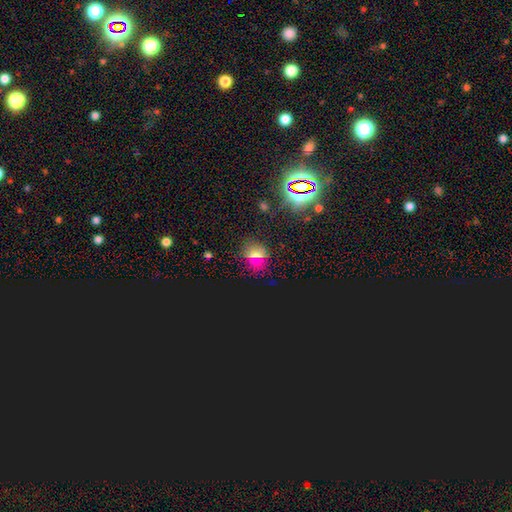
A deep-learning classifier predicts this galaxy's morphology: Smooth or featured: star or artifact — 56% (smooth — 32%)